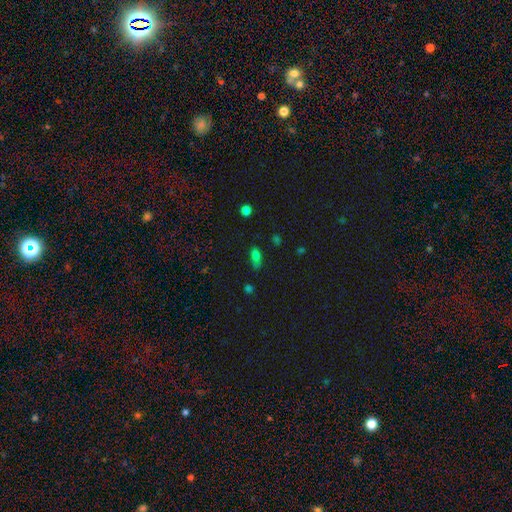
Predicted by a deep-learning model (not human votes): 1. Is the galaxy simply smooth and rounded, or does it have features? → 74% smooth, 16% star or artifact, 10% featured or disk.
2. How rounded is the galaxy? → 77% in between, 16% cigar-shaped, 8% round.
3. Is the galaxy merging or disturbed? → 59% none, 28% minor disturbance, 9% major disturbance, 3% merger.